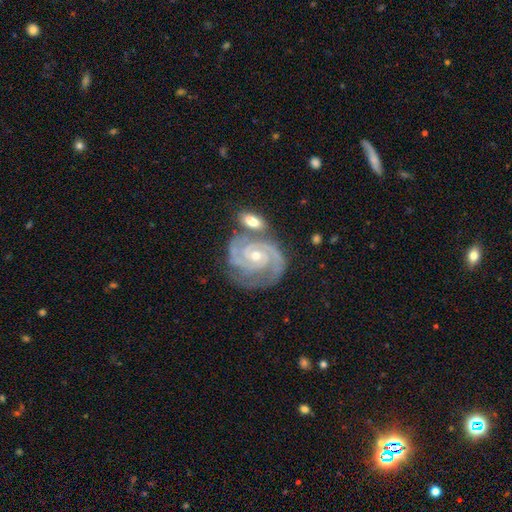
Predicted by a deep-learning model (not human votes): Smooth or featured? Predicted: featured or disk (p=0.92). Edge-on disk? Predicted: no (p=0.98). Bar? Predicted: no (p=0.63). Spiral arms? Predicted: yes (p=0.98). Spiral winding? Predicted: tight (p=0.74). Spiral arm count? Predicted: 2 (p=0.55). Bulge size? Predicted: small (p=0.52). Merging? Predicted: none (p=0.61).